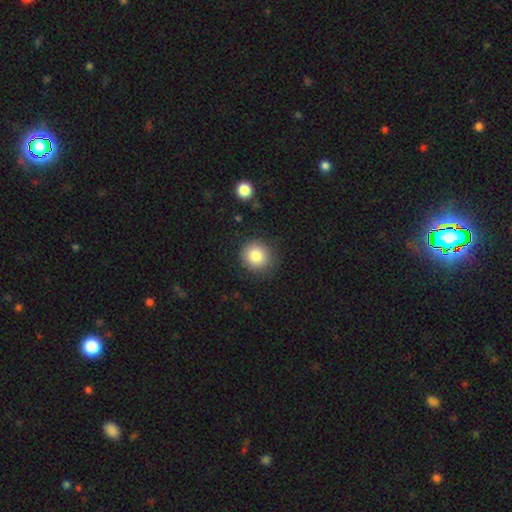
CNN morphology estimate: Smooth or featured: smooth — 85% (star or artifact — 9%)
How rounded: round — 88% (in between — 11%)
Merging: none — 87% (minor disturbance — 9%)